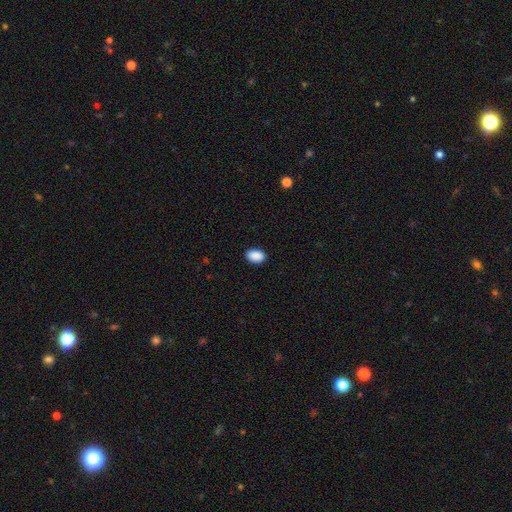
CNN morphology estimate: smooth 91%, star or artifact 7%, featured or disk 2%. Down the decision tree: how rounded — in between (89%); merging — none (90%).